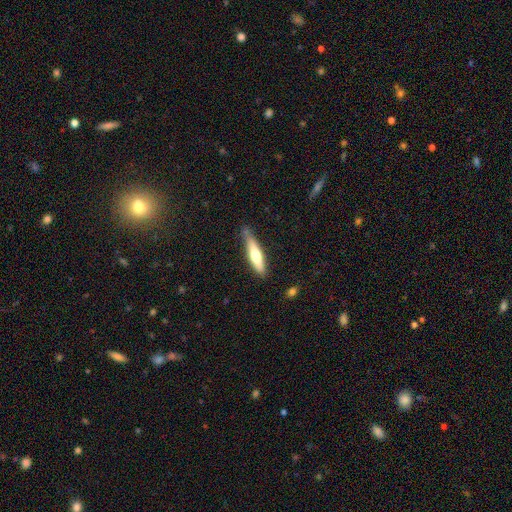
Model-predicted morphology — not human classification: The model was most divided on "smooth or featured": smooth: 57%, featured or disk: 38%, star or artifact: 5%. More confident: how rounded — cigar-shaped (77%); merging — none (71%).